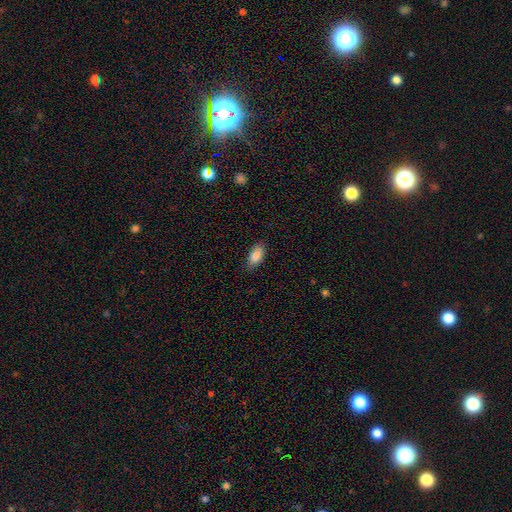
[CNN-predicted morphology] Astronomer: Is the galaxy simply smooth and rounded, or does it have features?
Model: smooth — 87%.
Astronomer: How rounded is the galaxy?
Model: in between — 91%.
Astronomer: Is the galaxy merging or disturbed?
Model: none — 83%.